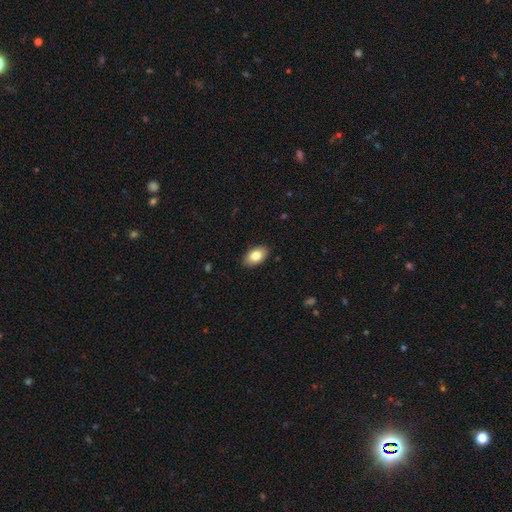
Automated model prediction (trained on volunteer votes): This appears to be a smooth galaxy with no disk features (82%) that is in between round and cigar-shaped (92%). Merging: none (88%).